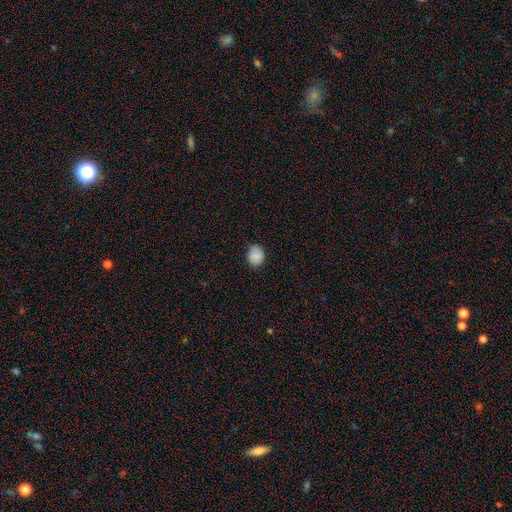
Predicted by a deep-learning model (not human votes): A smooth galaxy with no disk features (87%) that is round (66%).

Vote fractions:
- Smooth or featured? smooth: 87% / star or artifact: 8% / featured or disk: 4%
- How rounded? round: 66% / in between: 33% / cigar-shaped: 1%
- Merging? none: 80% / minor disturbance: 16% / major disturbance: 3% / merger: 1%